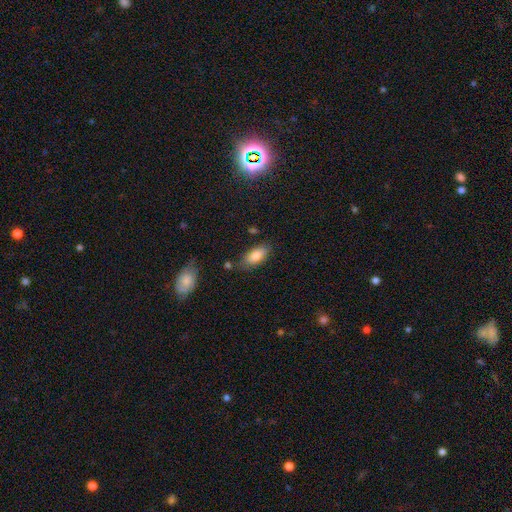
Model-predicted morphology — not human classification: The model was most divided on "merging": none: 73%, minor disturbance: 18%, merger: 4%, major disturbance: 4%. More confident: how rounded — in between (89%); smooth or featured — smooth (84%).